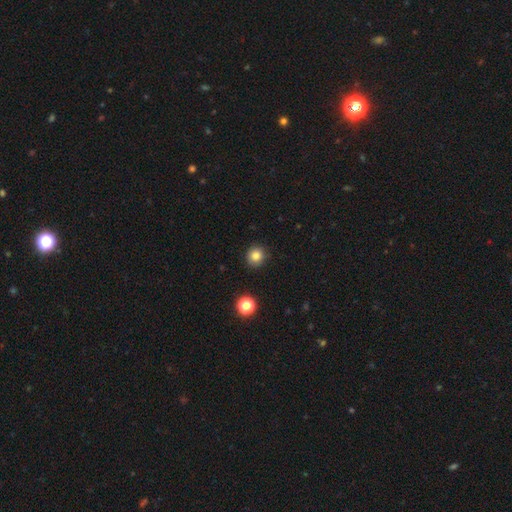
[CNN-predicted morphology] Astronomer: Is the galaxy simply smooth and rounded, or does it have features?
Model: smooth — 83%.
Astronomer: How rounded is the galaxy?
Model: round — 88%.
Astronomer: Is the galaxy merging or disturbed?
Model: none — 90%.